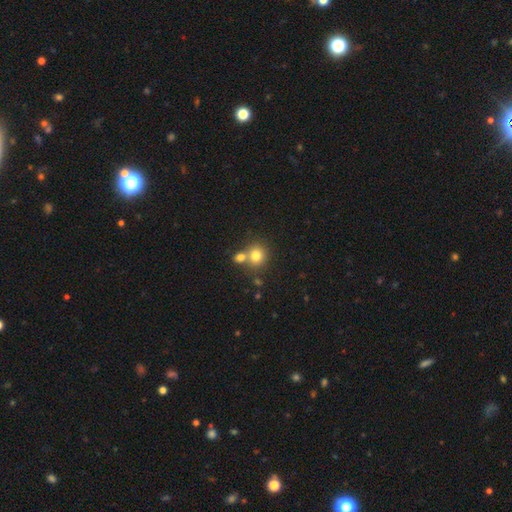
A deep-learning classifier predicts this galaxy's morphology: A smooth galaxy with no disk features (78%) that is round (82%).

Vote fractions:
- Smooth or featured? smooth: 78% / star or artifact: 12% / featured or disk: 10%
- How rounded? round: 82% / in between: 17% / cigar-shaped: 1%
- Merging? none: 52% / merger: 38% / minor disturbance: 7% / major disturbance: 3%